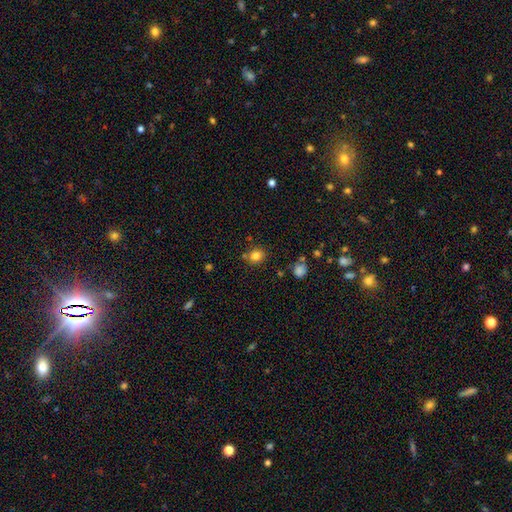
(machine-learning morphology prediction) The model was most divided on "how rounded": round: 65%, in between: 34%, cigar-shaped: 1%. More confident: smooth or featured — smooth (81%); merging — none (76%).